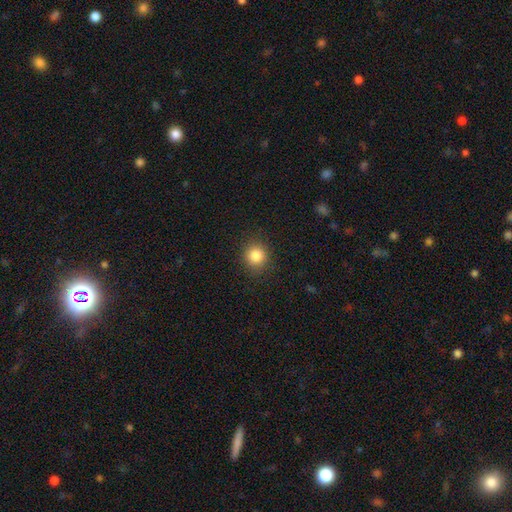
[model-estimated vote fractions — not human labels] Morphology: type=smooth (84%); roundness=round (88%); merging=none (89%).